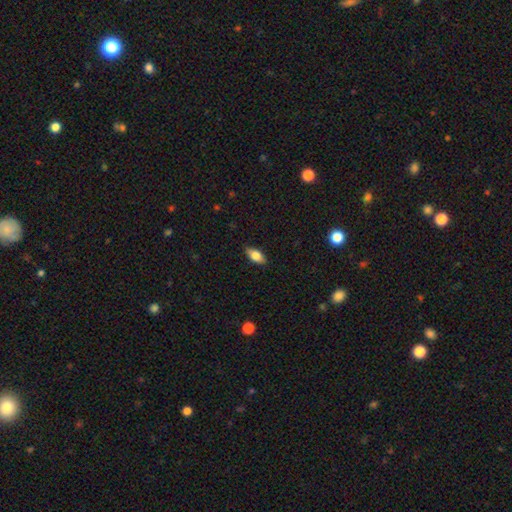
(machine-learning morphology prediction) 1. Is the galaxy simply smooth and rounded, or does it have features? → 77% smooth, 15% featured or disk, 7% star or artifact.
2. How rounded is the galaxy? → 88% in between, 8% cigar-shaped, 4% round.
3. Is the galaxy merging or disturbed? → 85% none, 12% minor disturbance, 2% major disturbance, 1% merger.